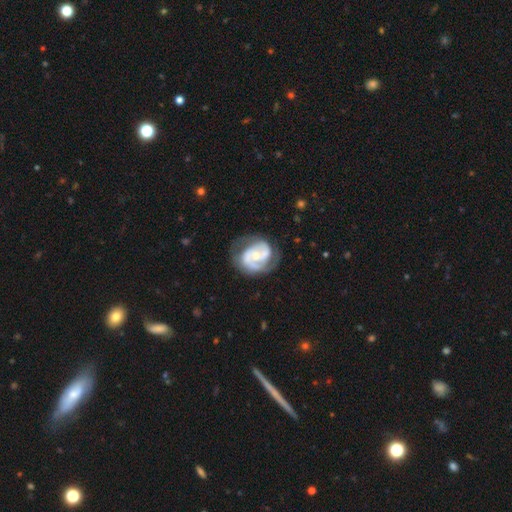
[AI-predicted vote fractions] The model was most divided on "spiral winding" (2-way tie): medium: 43%, tight: 43%, loose: 14%. Remaining: edge-on disk — no (98%); spiral arms — yes (92%); smooth or featured — featured or disk (81%); spiral arm count — 2 (71%); merging — none (59%); bar — no (59%); bulge size — small (48%).